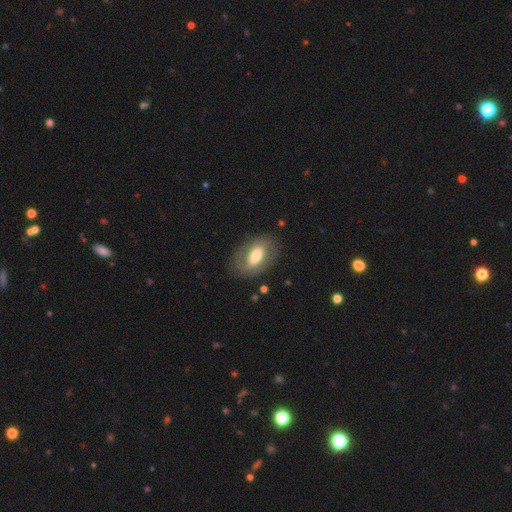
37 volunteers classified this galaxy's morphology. Smooth or featured?
  - smooth: 57% *
  - featured or disk: 38%
  - star or artifact: 5%
How rounded?
  - in between: 90% *
  - round: 10%
  - cigar-shaped: 0%
Merging?
  - none: 71% *
  - major disturbance: 17%
  - minor disturbance: 11%
  - merger: 0%